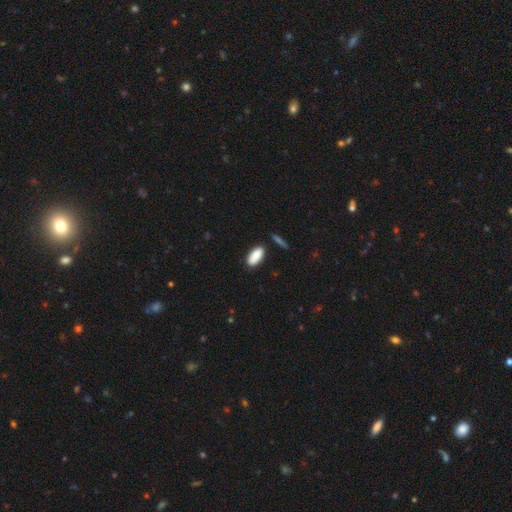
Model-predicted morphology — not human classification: Q: Smooth or featured?
A: smooth (86%); runner-up: featured or disk (7%)
Q: How rounded?
A: in between (90%); runner-up: cigar-shaped (8%)
Q: Merging?
A: none (82%); runner-up: minor disturbance (12%)